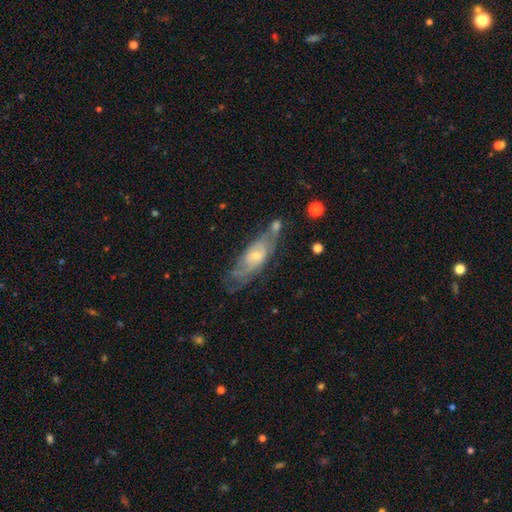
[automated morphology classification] Smooth or featured: featured or disk — 71% (smooth — 21%)
Edge-on disk: no — 78% (yes — 22%)
Bar: no — 68% (weak — 27%)
Spiral arms: yes — 79% (no — 21%)
Bulge size: small — 53% (moderate — 40%)
Merging: none — 55% (minor disturbance — 24%)